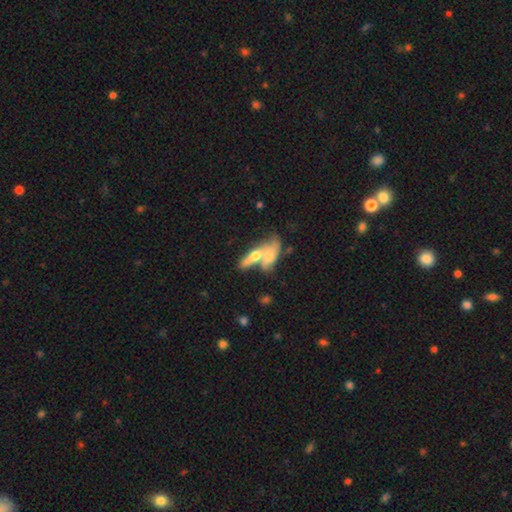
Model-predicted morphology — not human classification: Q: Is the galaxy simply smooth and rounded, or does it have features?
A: smooth — 55%.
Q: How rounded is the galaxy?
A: in between — 56%.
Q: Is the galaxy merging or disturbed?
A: merger — 57%.